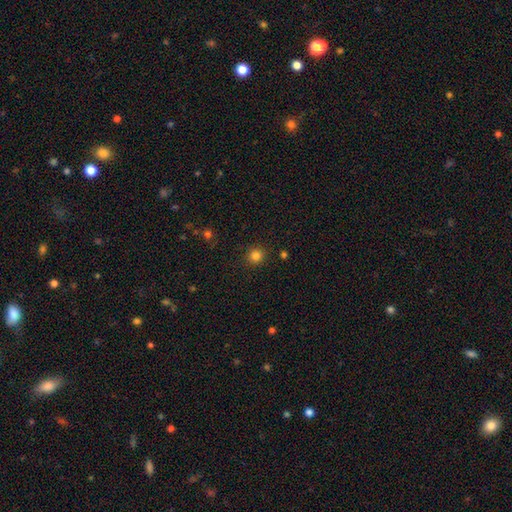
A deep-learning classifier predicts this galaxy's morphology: Q: Smooth or featured?
A: smooth (83%); runner-up: star or artifact (13%)
Q: How rounded?
A: round (93%); runner-up: in between (6%)
Q: Merging?
A: none (91%); runner-up: minor disturbance (6%)